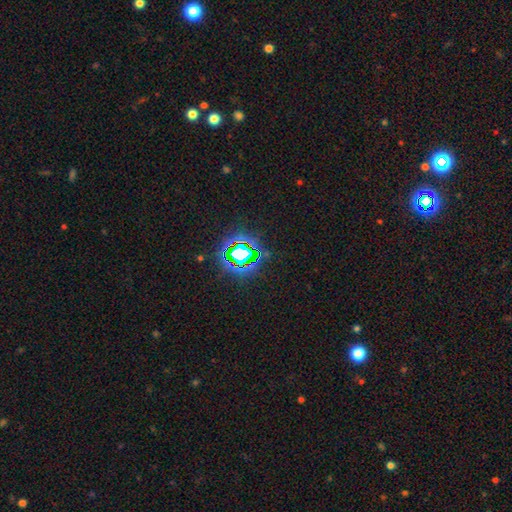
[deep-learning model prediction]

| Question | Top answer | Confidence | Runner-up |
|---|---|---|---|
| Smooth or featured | star or artifact | 82% | smooth (11%) |